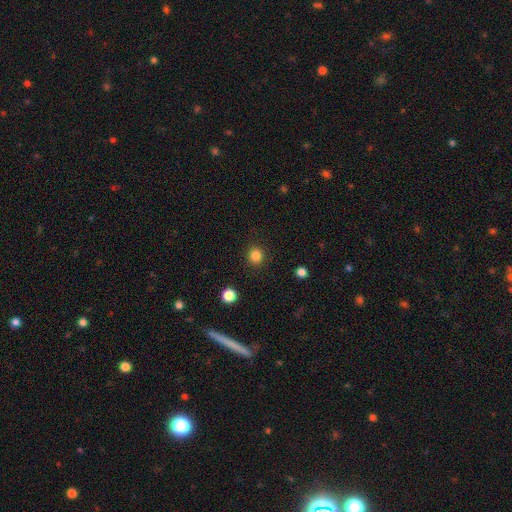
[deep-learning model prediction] Smooth or featured? Predicted: smooth (p=0.84). How rounded? Predicted: round (p=0.91). Merging? Predicted: none (p=0.91).